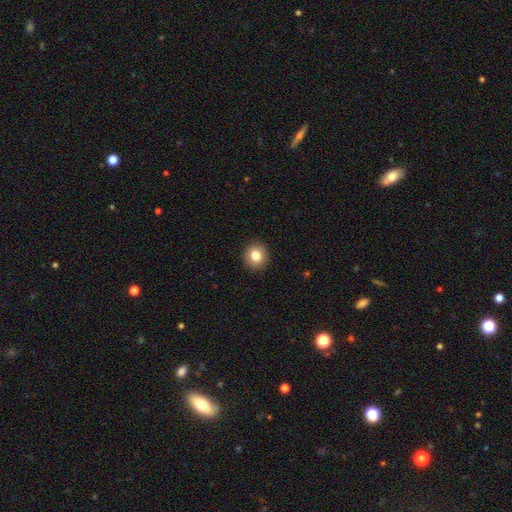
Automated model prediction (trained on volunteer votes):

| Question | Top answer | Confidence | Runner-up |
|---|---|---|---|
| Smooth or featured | smooth | 82% | star or artifact (10%) |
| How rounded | round | 90% | in between (9%) |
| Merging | none | 93% | minor disturbance (5%) |